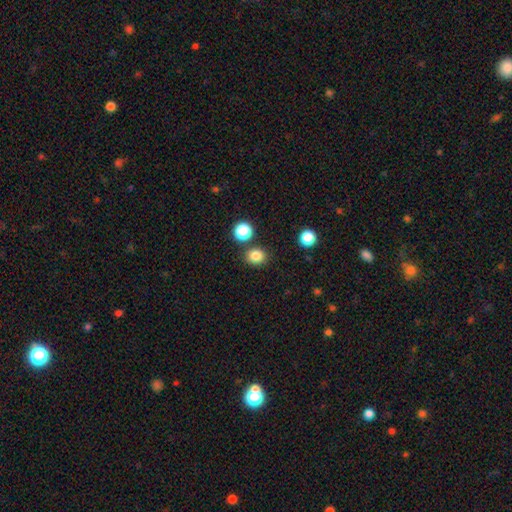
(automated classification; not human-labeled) Smooth or featured? smooth (83%)
How rounded? round (73%)
Merging? none (84%)